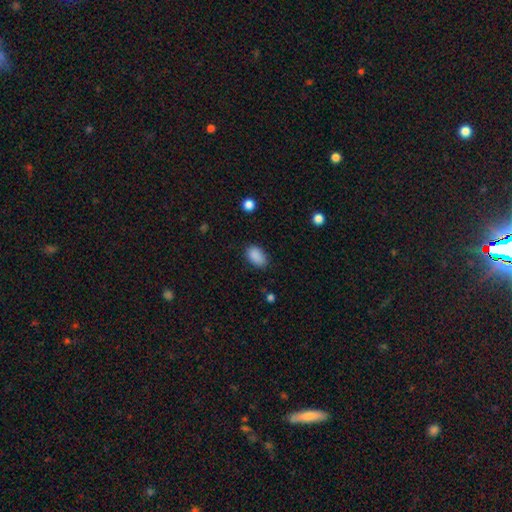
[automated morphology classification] This is clearly a smooth galaxy (88%). How rounded: clearly in between (90%). Merging: clearly none (80%).